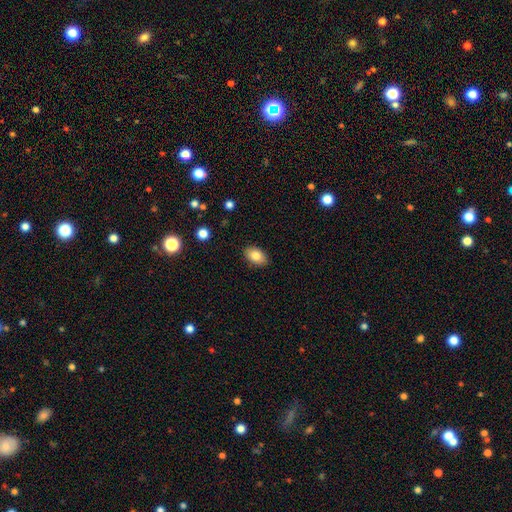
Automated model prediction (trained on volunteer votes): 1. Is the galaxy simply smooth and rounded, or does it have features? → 83% smooth, 9% featured or disk, 8% star or artifact.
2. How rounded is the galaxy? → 89% in between, 9% round, 1% cigar-shaped.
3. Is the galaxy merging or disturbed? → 88% none, 9% minor disturbance, 2% major disturbance, 1% merger.